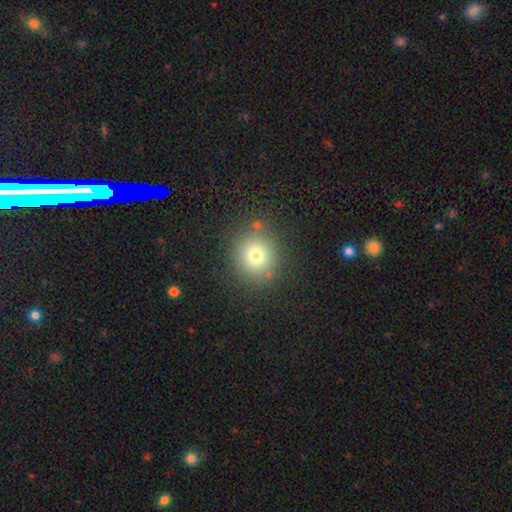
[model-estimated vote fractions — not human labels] Overall: smooth (74%). How rounded: round (91%). Merging: none (85%).